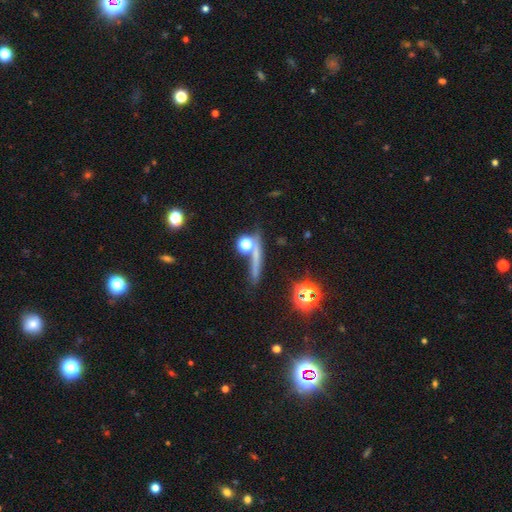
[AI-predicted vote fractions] Overall: smooth (50%; featured or disk 27%). Merging: none (68%).